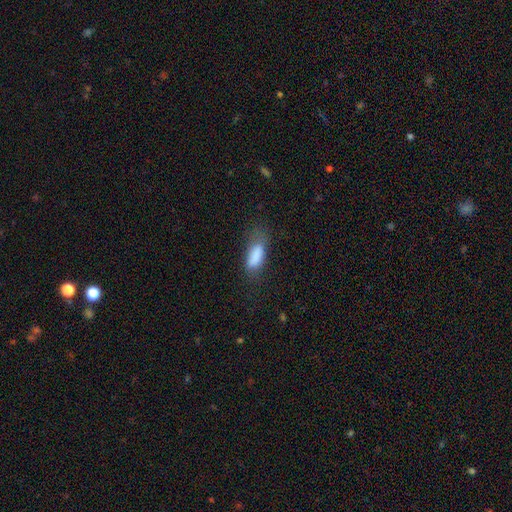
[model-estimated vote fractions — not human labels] smooth-or-featured: smooth: 83% | featured or disk: 9% | star or artifact: 8%
  how-rounded: in between: 78% | cigar-shaped: 20% | round: 3%
  merging: none: 49% | minor disturbance: 30% | major disturbance: 19% | merger: 3%